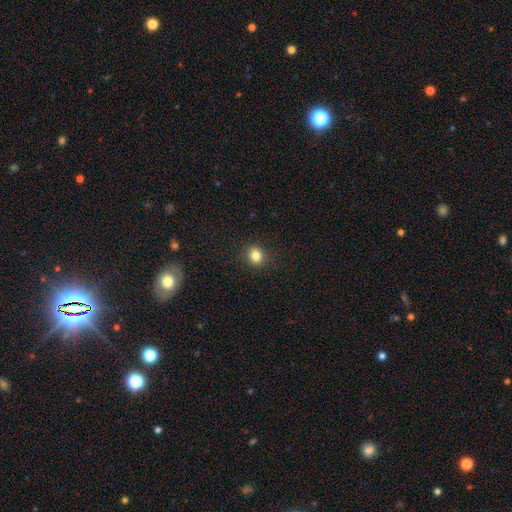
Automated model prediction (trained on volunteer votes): Morphology: type=smooth (83%); roundness=round (67%); merging=none (89%).